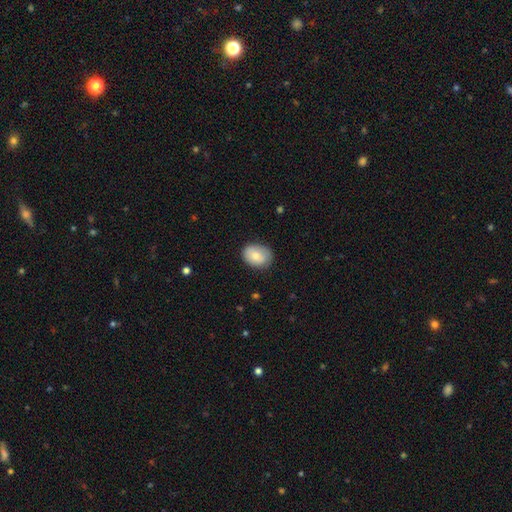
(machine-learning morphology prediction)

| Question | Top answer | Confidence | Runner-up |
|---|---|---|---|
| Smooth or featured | smooth | 77% | featured or disk (16%) |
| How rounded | in between | 63% | round (36%) |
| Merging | none | 78% | minor disturbance (17%) |